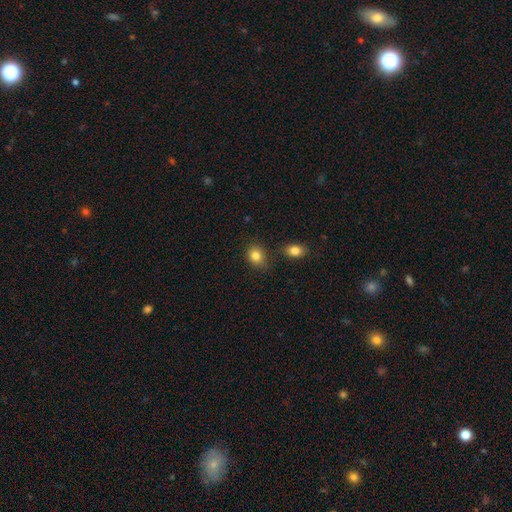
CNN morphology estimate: Smooth or featured? smooth (83%)
How rounded? round (51%)
Merging? none (78%)